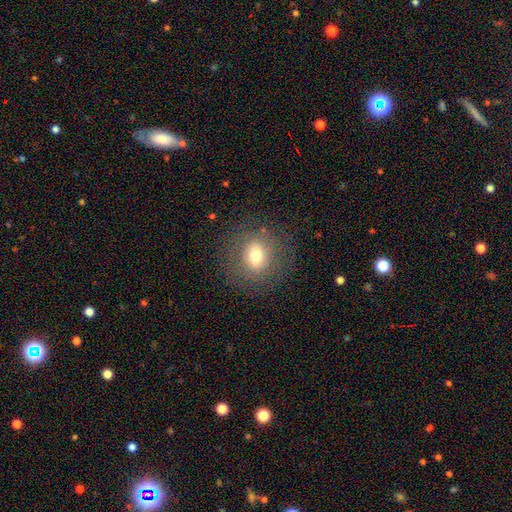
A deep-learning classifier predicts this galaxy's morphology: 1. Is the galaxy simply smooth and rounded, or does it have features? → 66% smooth, 22% featured or disk, 12% star or artifact.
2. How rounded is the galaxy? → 73% round, 26% in between, 1% cigar-shaped.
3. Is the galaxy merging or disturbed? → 82% none, 11% minor disturbance, 6% major disturbance, 1% merger.